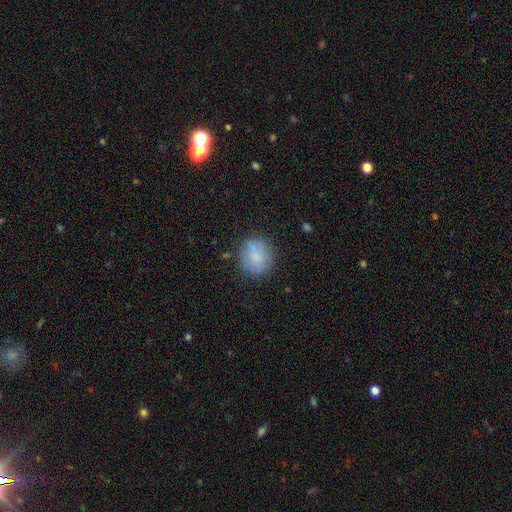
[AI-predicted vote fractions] The model was most divided on "merging": none: 75%, minor disturbance: 16%, major disturbance: 5%, merger: 4%. More confident: how rounded — round (83%); smooth or featured — smooth (80%).